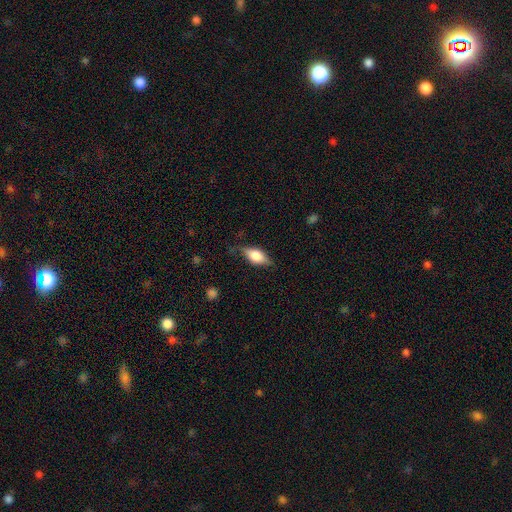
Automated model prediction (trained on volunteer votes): The model was most divided on "smooth or featured": smooth: 57%, featured or disk: 35%, star or artifact: 7%. More confident: how rounded — in between (82%); merging — none (70%).